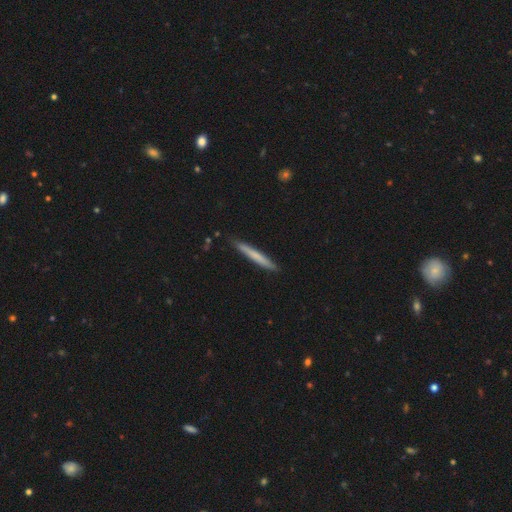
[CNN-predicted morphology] smooth-or-featured: smooth: 66% | featured or disk: 28% | star or artifact: 5%
  how-rounded: cigar-shaped: 97% | in between: 2% | round: 1%
  merging: none: 88% | minor disturbance: 9% | merger: 1% | major disturbance: 1%